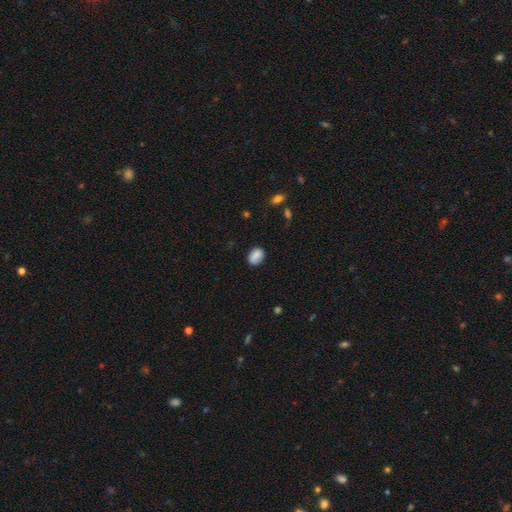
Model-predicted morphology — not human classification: This is clearly a smooth galaxy (82%). How rounded: likely in between (71%). Merging: clearly none (82%).